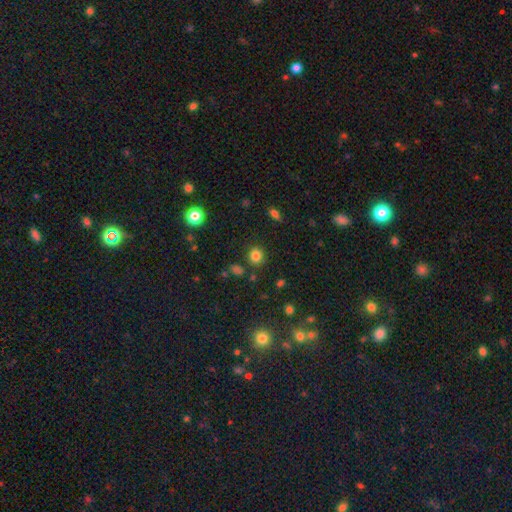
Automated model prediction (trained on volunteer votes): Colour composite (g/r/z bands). It shows a smooth galaxy with no disk features (81%) that is round (83%). Merging: none (86%).